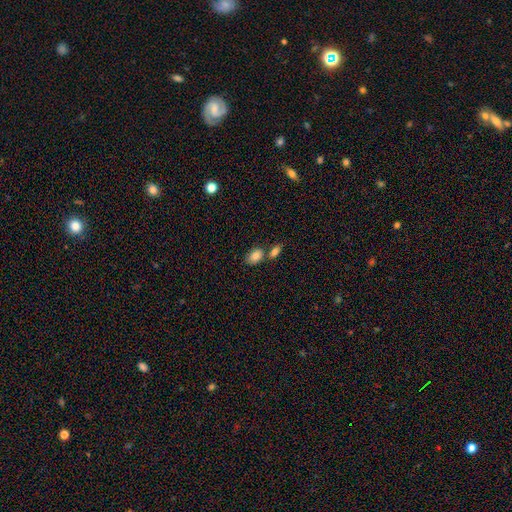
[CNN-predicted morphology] Smooth or featured: smooth — 85% (star or artifact — 8%)
How rounded: in between — 86% (round — 13%)
Merging: none — 51% (merger — 33%)